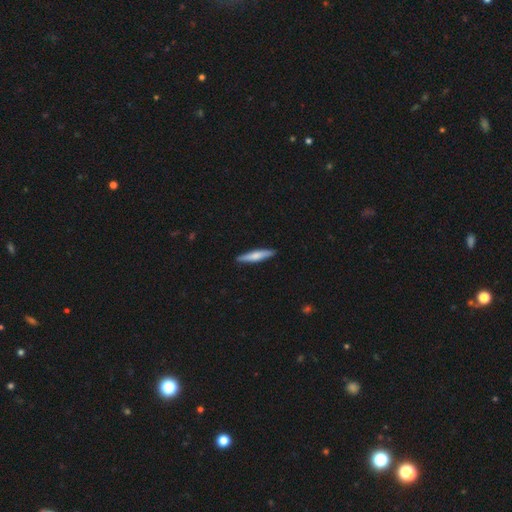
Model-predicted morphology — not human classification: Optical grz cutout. It shows a smooth galaxy with no disk features (62%) that is cigar-shaped (89%). Merging: none (90%).